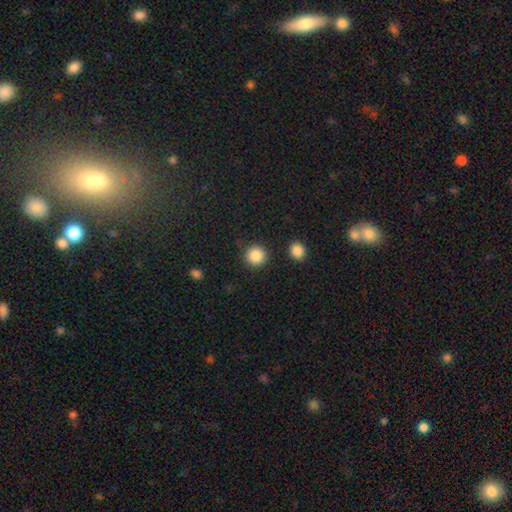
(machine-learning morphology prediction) Smooth or featured? Predicted: smooth (p=0.87). How rounded? Predicted: round (p=0.94). Merging? Predicted: none (p=0.89).